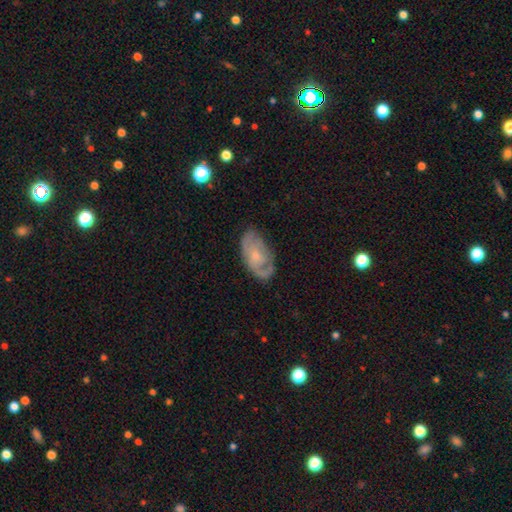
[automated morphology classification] This appears to be a featured or disk galaxy (61%) with no bar (79%), spiral arms (72%) and a small central bulge (63%). Merging: none (64%).